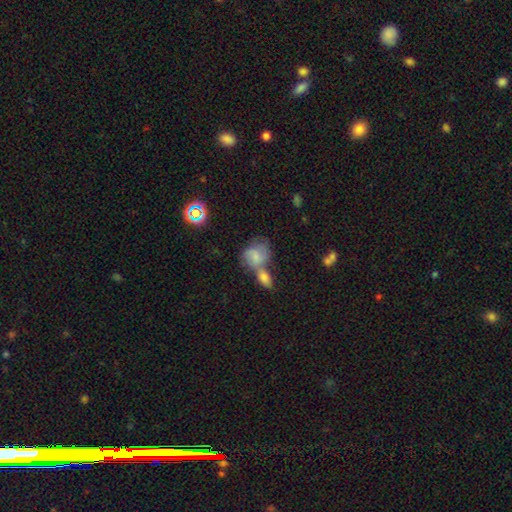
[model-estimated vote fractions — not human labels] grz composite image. It shows a smooth galaxy with no disk features (63%) that is in between round and cigar-shaped (53%). Merging: merger (49%).